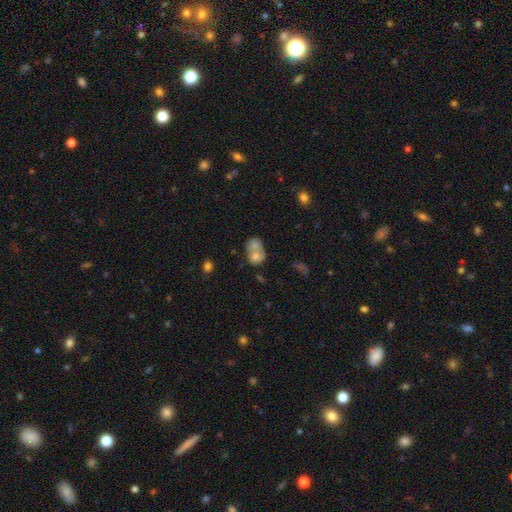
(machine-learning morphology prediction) This is likely a smooth galaxy (70%). How rounded: possibly round (54%). Merging: likely merger (67%).